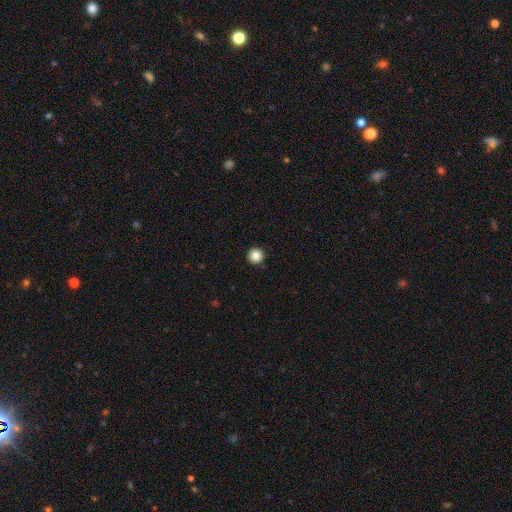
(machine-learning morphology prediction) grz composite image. It shows a smooth galaxy with no disk features (85%) that is round (96%). Merging: none (93%).